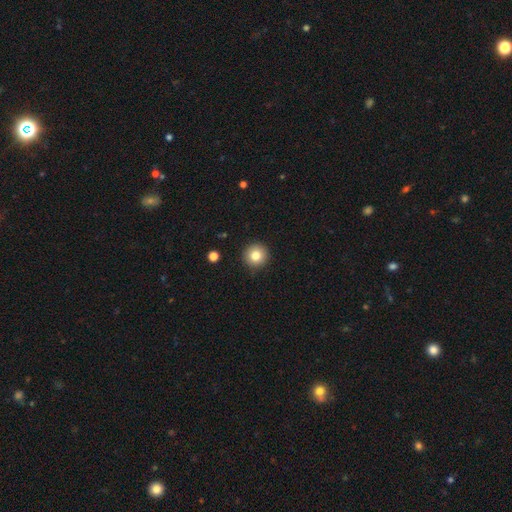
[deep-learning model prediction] A smooth galaxy with no disk features (80%) that is round (96%). Merging: none (91%).